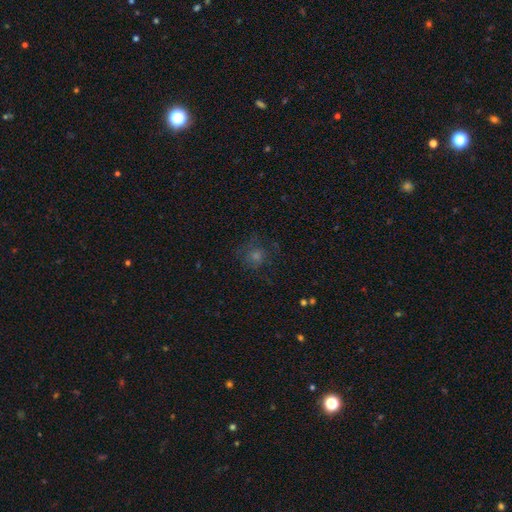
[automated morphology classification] smooth_or_featured: smooth (p=0.45) [alt: star or artifact p=0.33]
merging: none (p=0.74) [alt: minor disturbance p=0.14]